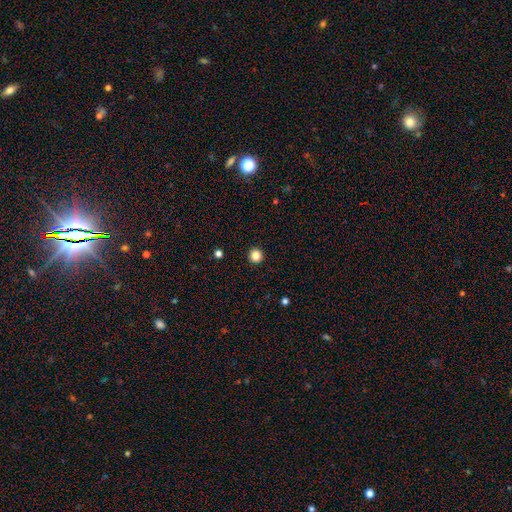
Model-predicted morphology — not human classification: smooth 85%, star or artifact 11%, featured or disk 4%. Down the decision tree: how rounded — round (96%); merging — none (94%).